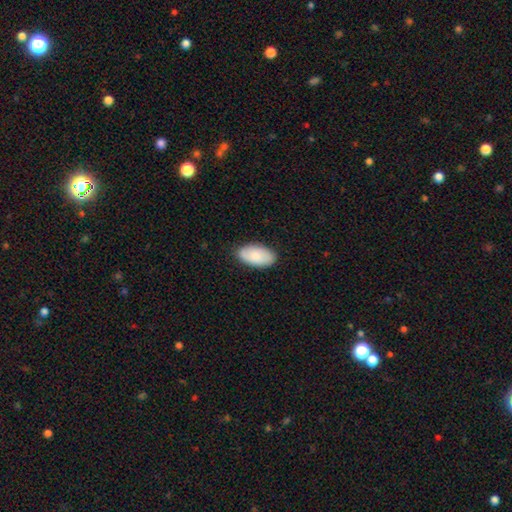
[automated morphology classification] Smooth or featured? smooth (84%)
How rounded? in between (96%)
Merging? none (85%)